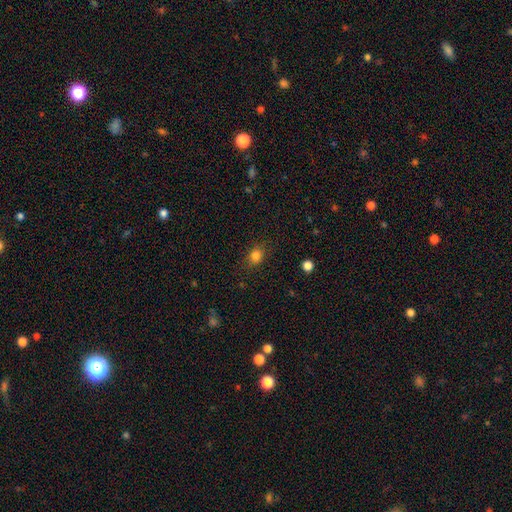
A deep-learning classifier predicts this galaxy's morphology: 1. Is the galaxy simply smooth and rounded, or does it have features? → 82% smooth, 12% star or artifact, 6% featured or disk.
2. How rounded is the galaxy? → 53% round, 46% in between, 1% cigar-shaped.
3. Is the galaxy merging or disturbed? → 84% none, 12% minor disturbance, 3% major disturbance, 1% merger.